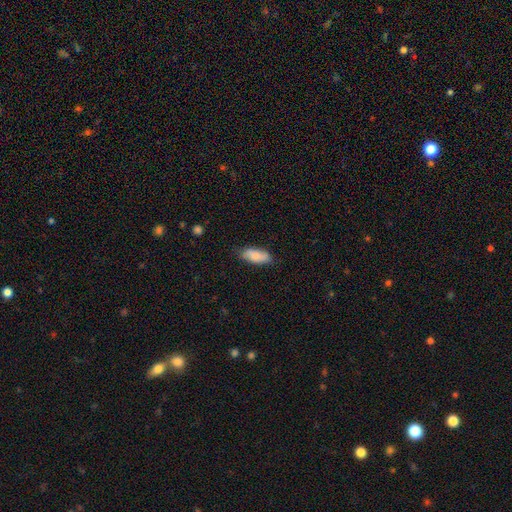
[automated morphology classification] smooth-or-featured: smooth: 80% | featured or disk: 14% | star or artifact: 6%
  how-rounded: in between: 80% | cigar-shaped: 18% | round: 2%
  merging: none: 77% | minor disturbance: 19% | major disturbance: 3% | merger: 1%